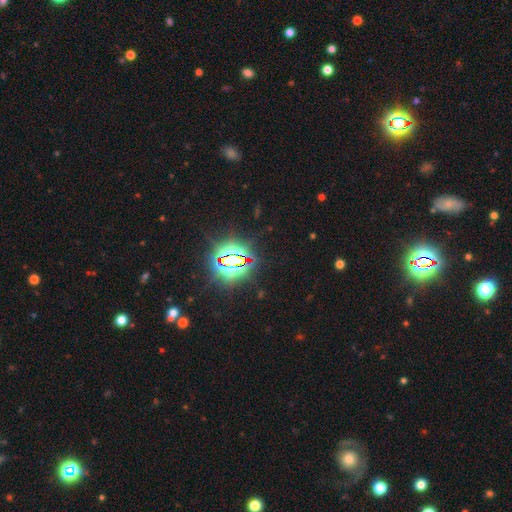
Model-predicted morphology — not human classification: A star or artifact, not a galaxy (78%).